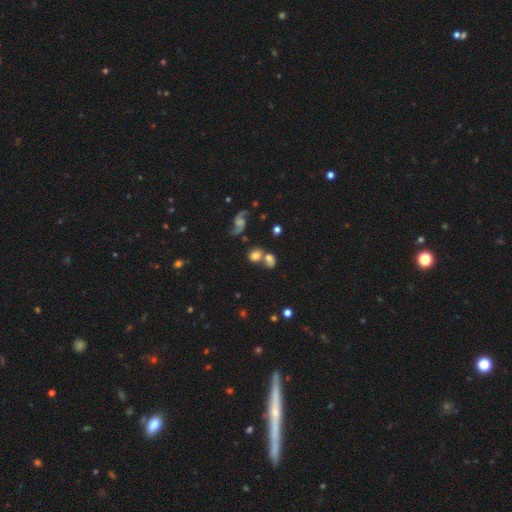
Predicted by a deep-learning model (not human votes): Smooth or featured: smooth — 66% (featured or disk — 22%)
How rounded: round — 52% (in between — 45%)
Merging: none — 44% (merger — 38%)